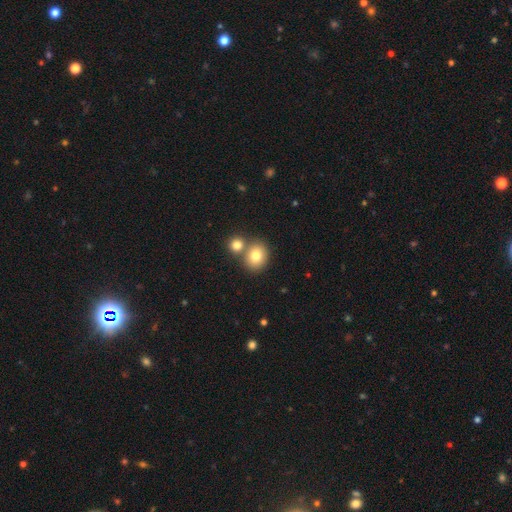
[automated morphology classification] A smooth galaxy with no disk features (78%) that is round (67%). Merging: none (55%).